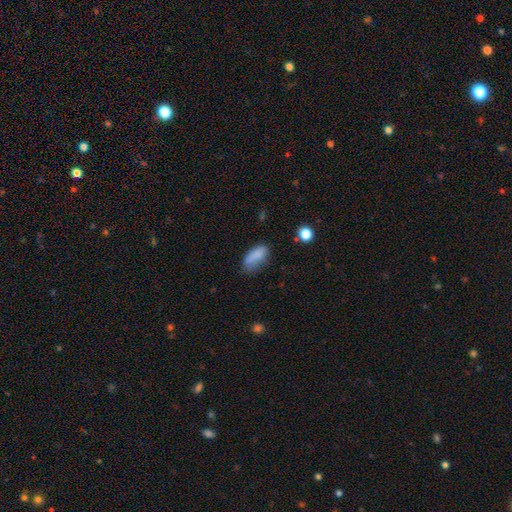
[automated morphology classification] type=smooth (82%); roundness=in between (81%); merging=none (52%).